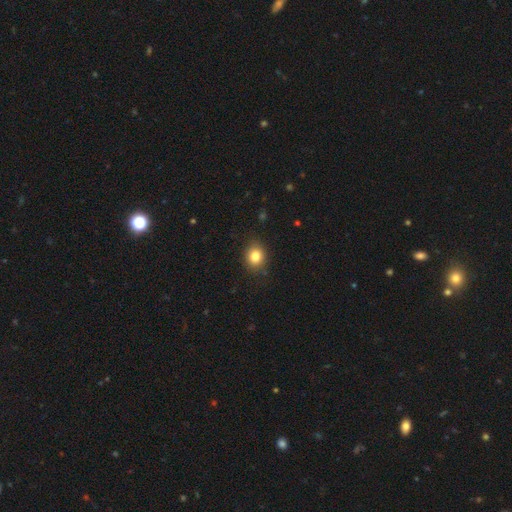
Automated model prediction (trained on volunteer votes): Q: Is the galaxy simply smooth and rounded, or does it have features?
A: smooth — 83%.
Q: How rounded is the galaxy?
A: round — 63%.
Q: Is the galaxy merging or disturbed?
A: none — 84%.